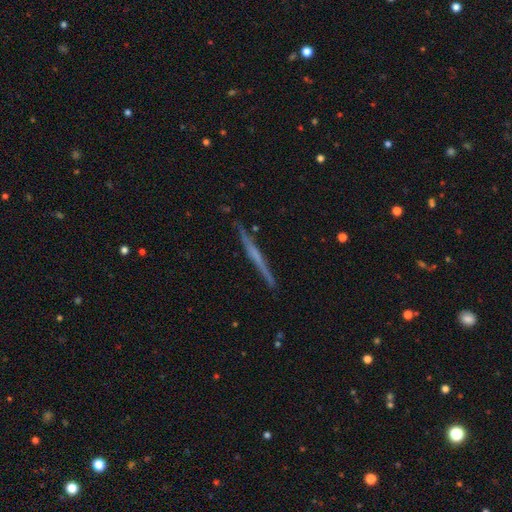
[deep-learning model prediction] Q: Smooth or featured?
A: featured or disk (62%); runner-up: smooth (32%)
Q: Edge-on disk?
A: yes (98%); runner-up: no (2%)
Q: Edge-on bulge?
A: none (74%); runner-up: rounded (18%)
Q: Merging?
A: none (89%); runner-up: minor disturbance (8%)